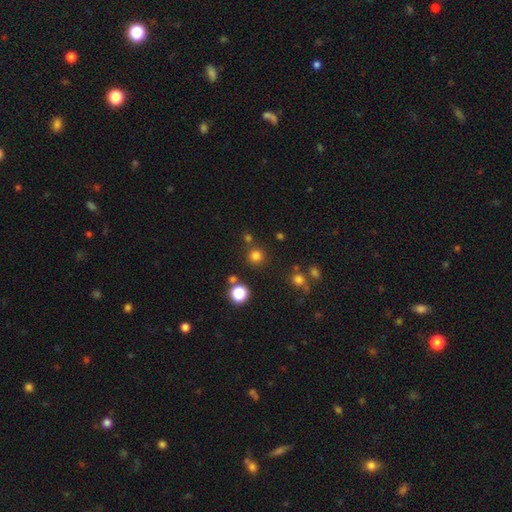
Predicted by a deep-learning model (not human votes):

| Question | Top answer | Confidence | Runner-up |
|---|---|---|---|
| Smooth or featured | smooth | 76% | star or artifact (19%) |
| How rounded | round | 94% | in between (5%) |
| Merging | none | 84% | merger (7%) |